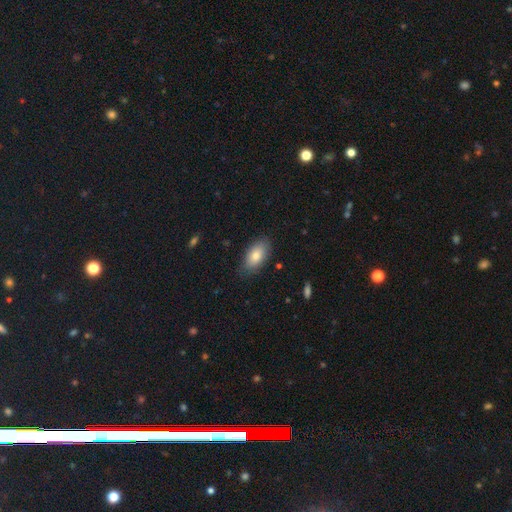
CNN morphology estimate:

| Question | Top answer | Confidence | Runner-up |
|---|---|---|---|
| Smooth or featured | smooth | 79% | featured or disk (14%) |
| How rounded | in between | 92% | cigar-shaped (4%) |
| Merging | none | 83% | minor disturbance (13%) |